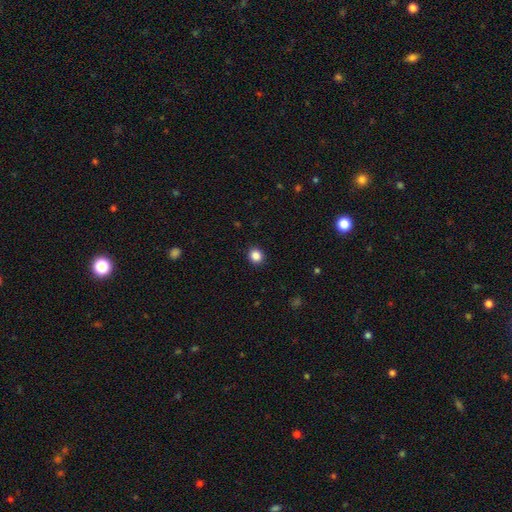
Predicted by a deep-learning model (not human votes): smooth-or-featured: smooth: 86% | star or artifact: 10% | featured or disk: 3%
  how-rounded: round: 83% | in between: 16% | cigar-shaped: 1%
  merging: none: 92% | minor disturbance: 5% | major disturbance: 2% | merger: 1%